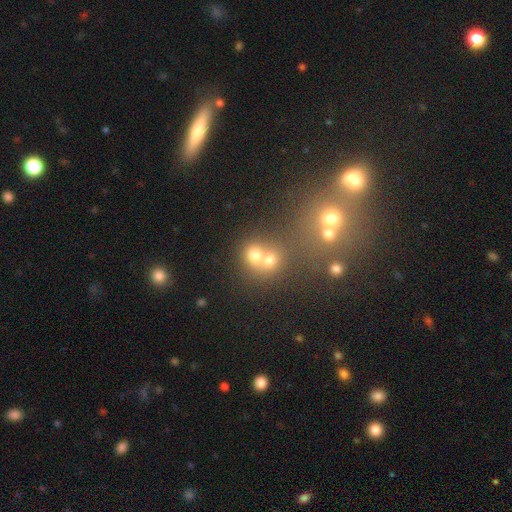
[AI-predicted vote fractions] The model was most divided on "merging": merger: 56%, none: 34%, minor disturbance: 6%, major disturbance: 4%. More confident: how rounded — round (75%); smooth or featured — smooth (67%).